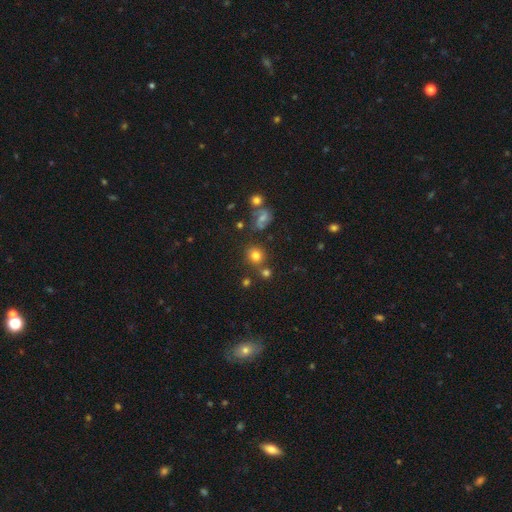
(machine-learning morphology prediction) Smooth or featured? Predicted: smooth (p=0.75). How rounded? Predicted: round (p=0.83). Merging? Predicted: none (p=0.70).